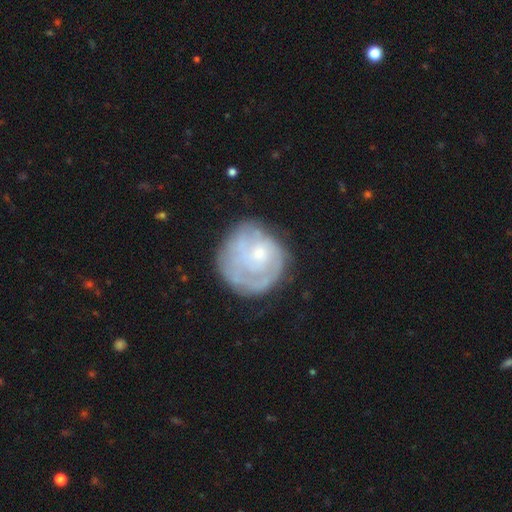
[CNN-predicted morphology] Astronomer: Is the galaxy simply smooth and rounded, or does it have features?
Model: featured or disk — 59% (runner-up: smooth, 34%).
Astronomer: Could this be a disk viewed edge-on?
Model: no — 98%.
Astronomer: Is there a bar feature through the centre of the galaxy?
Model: no — 81%.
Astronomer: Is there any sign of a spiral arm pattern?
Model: yes — 61% (runner-up: no, 39%).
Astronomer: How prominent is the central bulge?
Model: small — 66%.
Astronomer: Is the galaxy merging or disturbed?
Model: none — 61%.